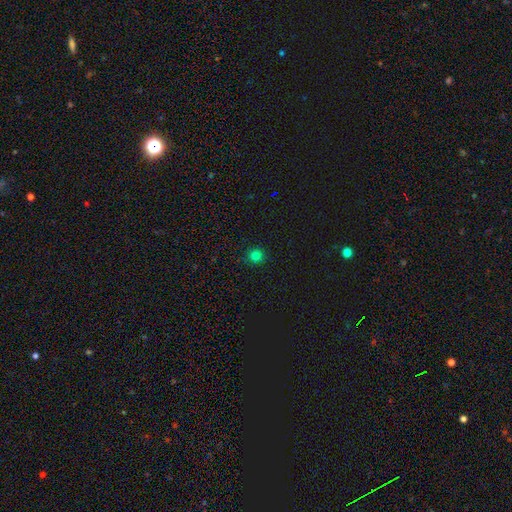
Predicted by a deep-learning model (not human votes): Smooth or featured?
  - smooth: 79% *
  - star or artifact: 17%
  - featured or disk: 4%
How rounded?
  - round: 94% *
  - in between: 5%
  - cigar-shaped: 1%
Merging?
  - none: 92% *
  - minor disturbance: 5%
  - major disturbance: 2%
  - merger: 1%